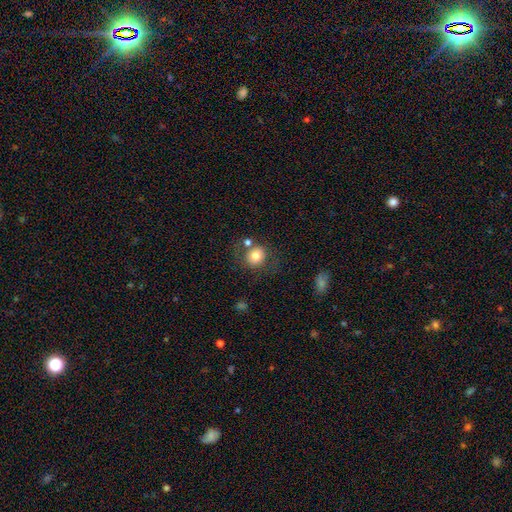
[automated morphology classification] A smooth galaxy with no disk features (77%) that is round (80%).

Vote fractions:
- Smooth or featured? smooth: 77% / featured or disk: 13% / star or artifact: 10%
- How rounded? round: 80% / in between: 19% / cigar-shaped: 1%
- Merging? none: 64% / merger: 14% / minor disturbance: 14% / major disturbance: 7%